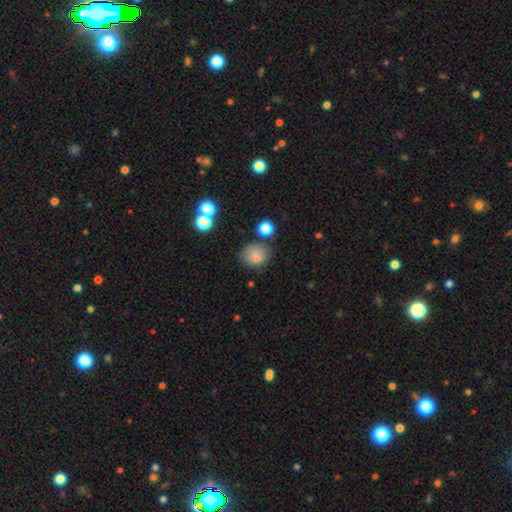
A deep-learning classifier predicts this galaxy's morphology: smooth_or_featured: smooth (p=0.78) [alt: star or artifact p=0.14]
how_rounded: round (p=0.72) [alt: in between p=0.26]
merging: none (p=0.71) [alt: minor disturbance p=0.16]